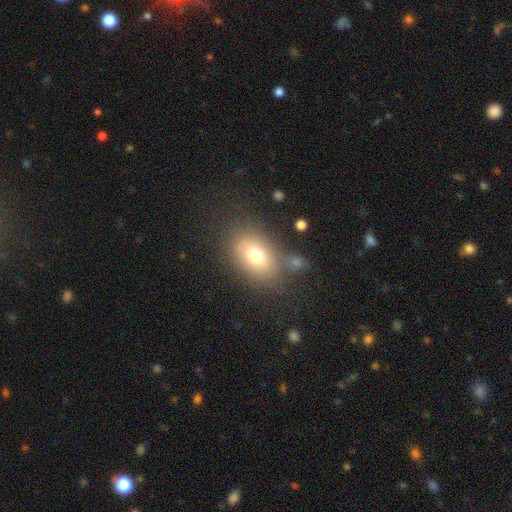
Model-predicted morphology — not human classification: Smooth or featured? smooth (72%)
How rounded? in between (77%)
Merging? none (70%)